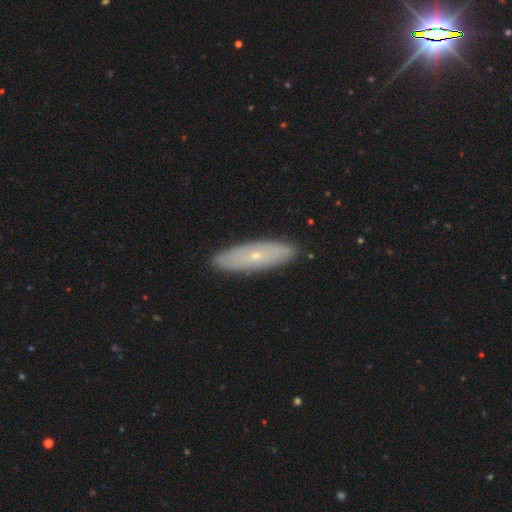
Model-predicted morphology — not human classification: Overall: featured or disk (48%; smooth 45%). Merging: none (90%).